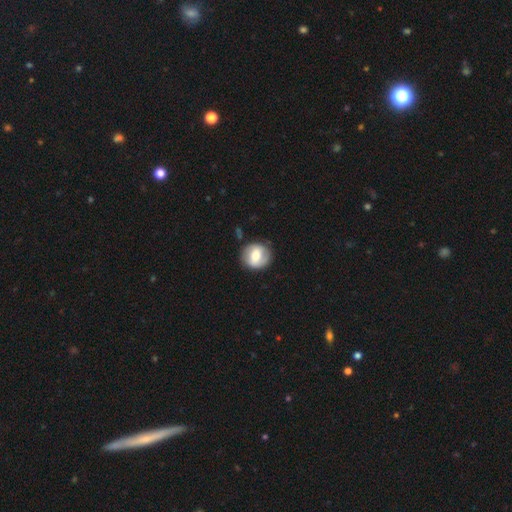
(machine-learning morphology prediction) Q: Smooth or featured?
A: smooth (51%); runner-up: featured or disk (42%)
Q: How rounded?
A: round (83%); runner-up: in between (16%)
Q: Merging?
A: none (81%); runner-up: minor disturbance (13%)